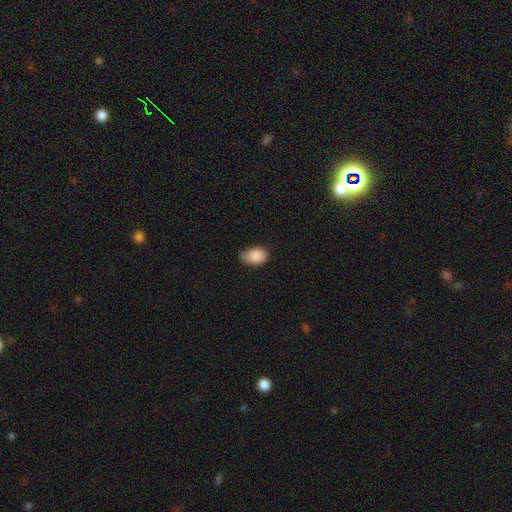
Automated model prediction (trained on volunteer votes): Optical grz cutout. It shows a smooth galaxy with no disk features (88%) that is in between round and cigar-shaped (79%). Merging: none (48%).